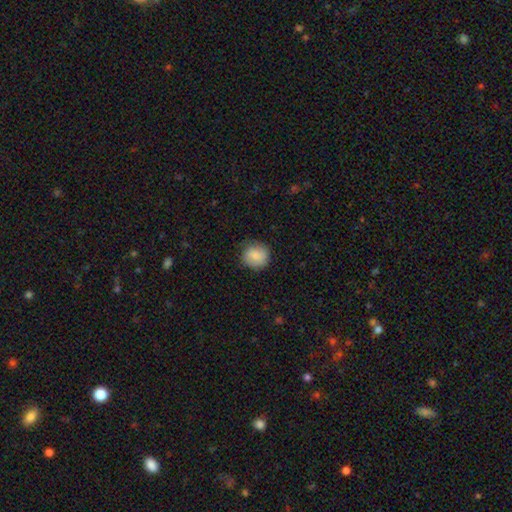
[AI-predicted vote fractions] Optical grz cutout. It shows a smooth galaxy with no disk features (84%) that is round (84%). Merging: none (76%).